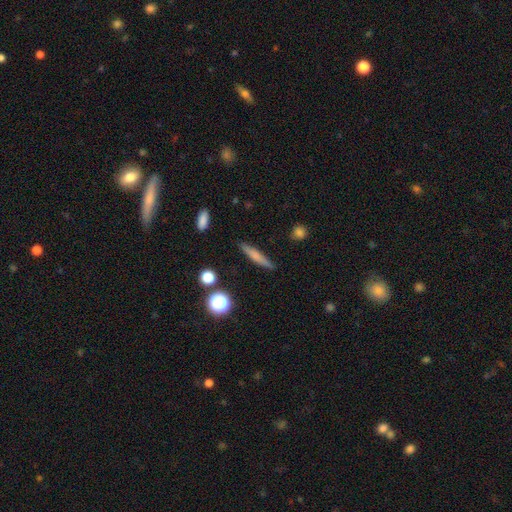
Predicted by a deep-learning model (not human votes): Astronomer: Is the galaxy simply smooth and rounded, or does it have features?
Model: smooth — 64%.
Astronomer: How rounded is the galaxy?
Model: cigar-shaped — 89%.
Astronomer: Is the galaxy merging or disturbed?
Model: none — 88%.